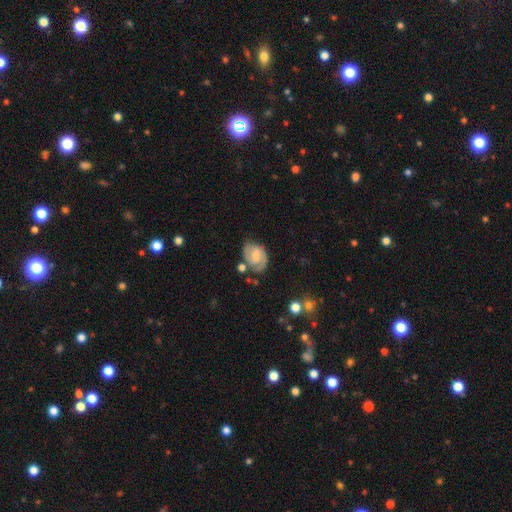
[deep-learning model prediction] This is likely a featured or disk galaxy (66%). It is clearly not viewed edge-on (97%). Bar: possibly weak (51%). Spiral arm pattern: clearly yes (90%). Spiral arm count: likely 2 (80%). Spiral winding: marginally medium (44%). Central bulge: marginally small (37%, tied with moderate). Merging: likely none (66%).